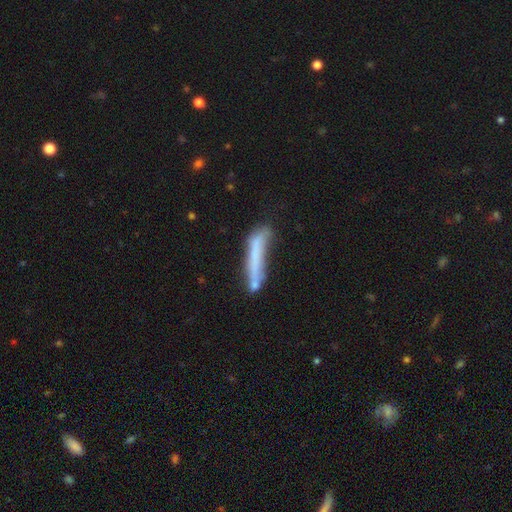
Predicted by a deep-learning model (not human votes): This is possibly a smooth galaxy (58%). How rounded: clearly cigar-shaped (91%). Merging: possibly none (45%).